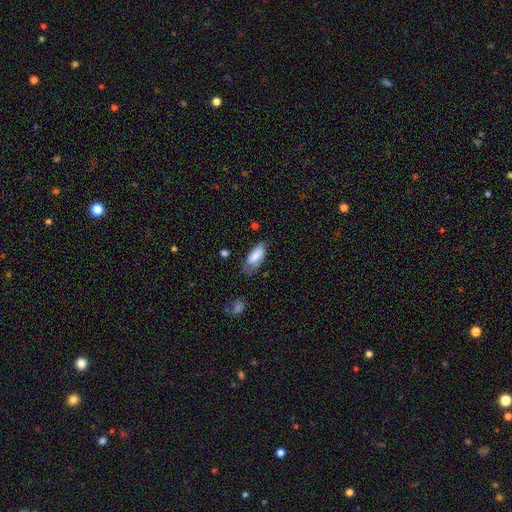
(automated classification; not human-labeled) Overall: smooth (81%). How rounded: in between (84%). Merging: none (53%; minor disturbance 34%).